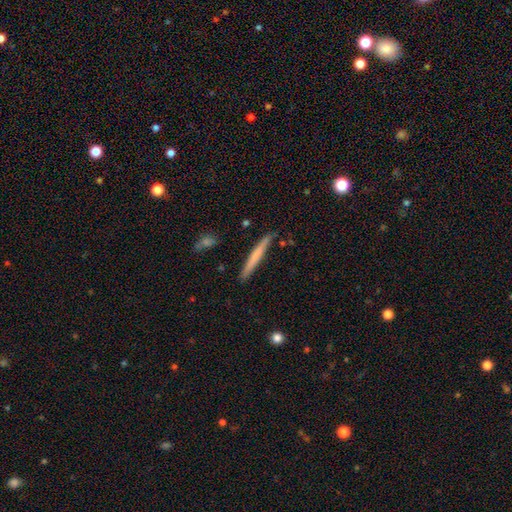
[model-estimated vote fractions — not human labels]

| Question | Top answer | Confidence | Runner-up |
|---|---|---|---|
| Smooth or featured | smooth | 63% | featured or disk (32%) |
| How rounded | cigar-shaped | 97% | in between (2%) |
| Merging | none | 88% | minor disturbance (9%) |